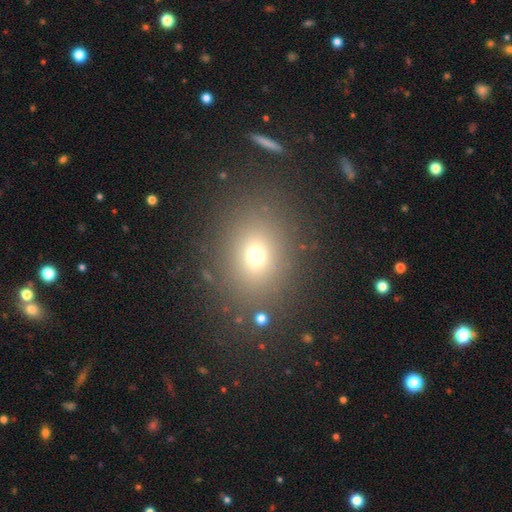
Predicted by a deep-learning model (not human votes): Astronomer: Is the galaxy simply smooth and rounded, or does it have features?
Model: smooth — 68%.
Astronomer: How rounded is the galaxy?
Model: round — 57% (runner-up: in between, 42%).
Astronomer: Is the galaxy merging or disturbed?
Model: none — 84%.